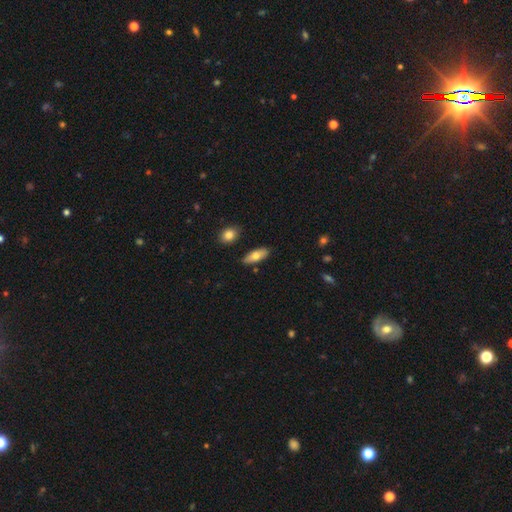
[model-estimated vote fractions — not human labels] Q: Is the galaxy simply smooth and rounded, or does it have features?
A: smooth — 72%.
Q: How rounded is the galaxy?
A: in between — 76%.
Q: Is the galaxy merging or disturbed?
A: none — 84%.